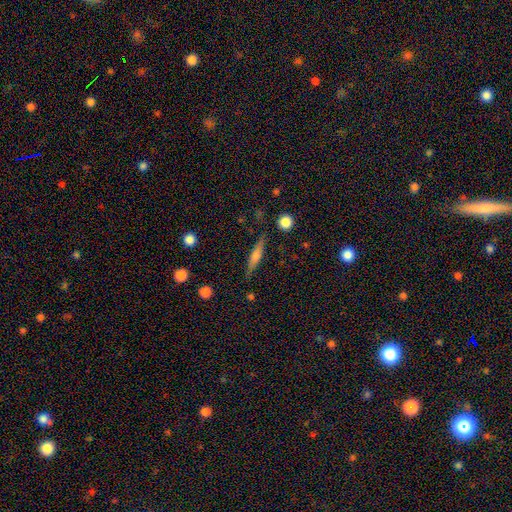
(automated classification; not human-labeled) A smooth galaxy with no disk features (48%). Merging: none (84%).